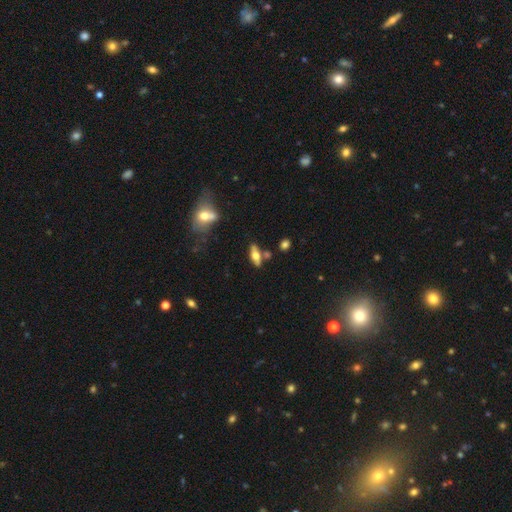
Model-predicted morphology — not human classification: Smooth or featured? featured or disk (49%)
Merging? none (70%)